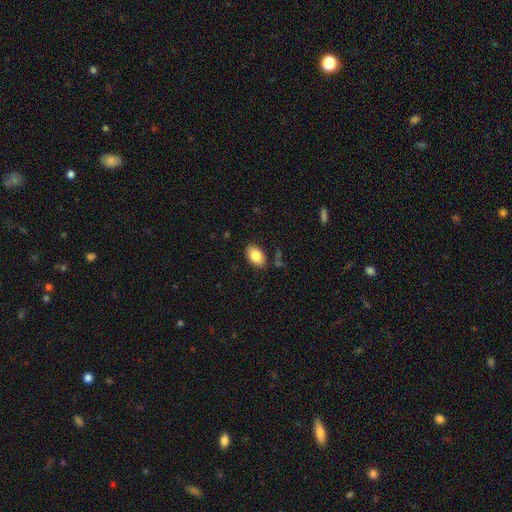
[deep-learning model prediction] A smooth galaxy with no disk features (83%) that is in between round and cigar-shaped (91%).

Vote fractions:
- Smooth or featured? smooth: 83% / featured or disk: 10% / star or artifact: 7%
- How rounded? in between: 91% / round: 8% / cigar-shaped: 1%
- Merging? none: 84% / minor disturbance: 11% / major disturbance: 3% / merger: 3%